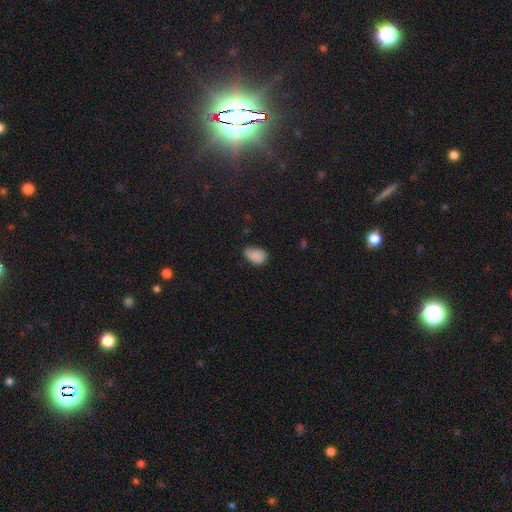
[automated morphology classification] A smooth galaxy with no disk features (86%) that is in between round and cigar-shaped (87%). Merging: none (55%).